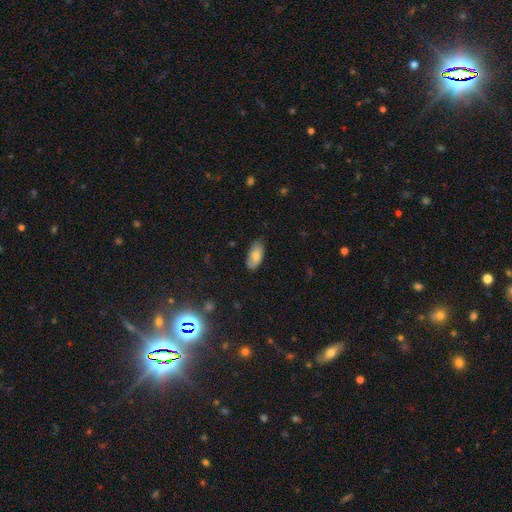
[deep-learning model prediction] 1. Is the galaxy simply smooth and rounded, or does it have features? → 76% smooth, 17% featured or disk, 7% star or artifact.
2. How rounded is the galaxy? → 90% in between, 7% cigar-shaped, 2% round.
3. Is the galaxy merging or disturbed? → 75% none, 21% minor disturbance, 3% major disturbance, 1% merger.